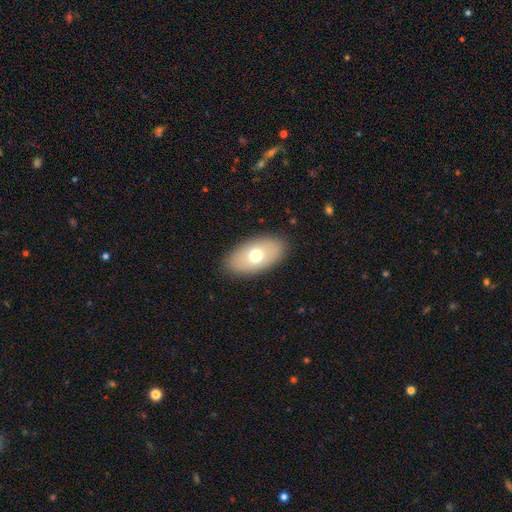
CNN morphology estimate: Q: Smooth or featured?
A: smooth (67%); runner-up: featured or disk (25%)
Q: How rounded?
A: in between (93%); runner-up: round (5%)
Q: Merging?
A: none (87%); runner-up: minor disturbance (10%)